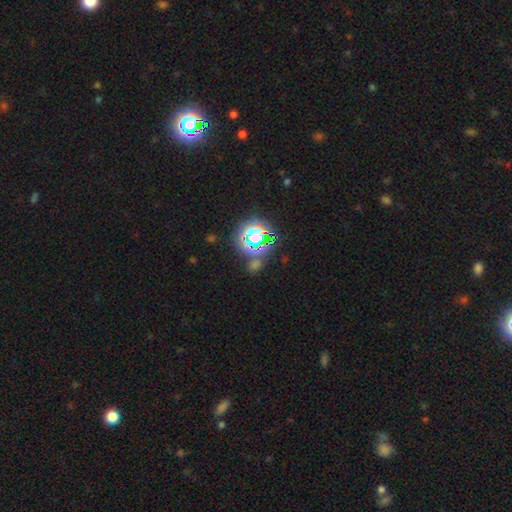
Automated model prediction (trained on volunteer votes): A star or artifact, not a galaxy (74%).